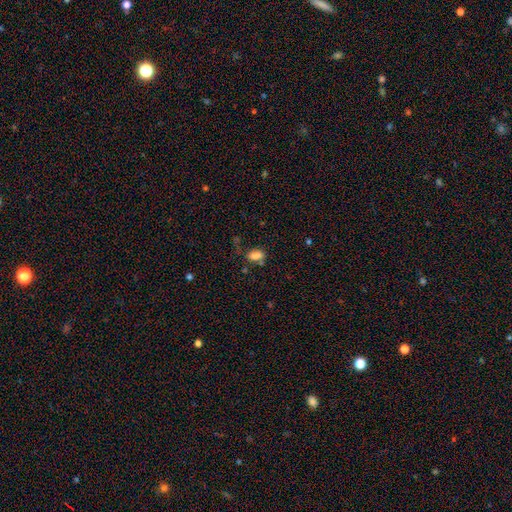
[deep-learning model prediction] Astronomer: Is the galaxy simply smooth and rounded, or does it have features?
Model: smooth — 81%.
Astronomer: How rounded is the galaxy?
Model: in between — 85%.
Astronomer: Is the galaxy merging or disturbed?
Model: none — 60%.